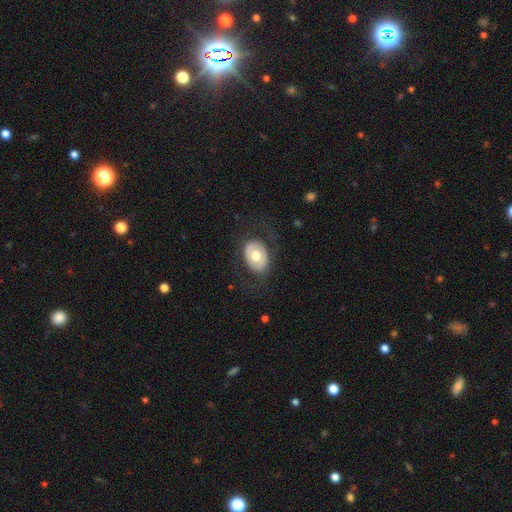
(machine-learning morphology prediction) Smooth or featured? Predicted: smooth (p=0.54). How rounded? Predicted: in between (p=0.72). Merging? Predicted: none (p=0.73).